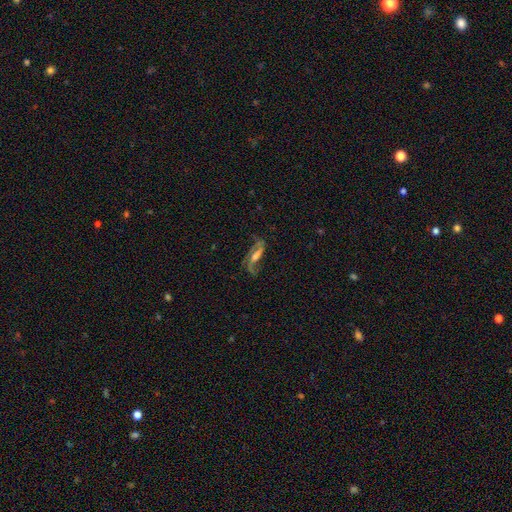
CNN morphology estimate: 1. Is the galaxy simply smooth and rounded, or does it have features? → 78% featured or disk, 14% smooth, 9% star or artifact.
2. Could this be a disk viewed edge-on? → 84% no, 16% yes.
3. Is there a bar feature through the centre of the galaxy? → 39% strong, 38% weak, 23% no.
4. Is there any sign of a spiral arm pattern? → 92% yes, 8% no.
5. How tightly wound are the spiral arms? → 59% loose, 31% medium, 10% tight.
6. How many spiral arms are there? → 85% 2, 6% can't tell, 5% 1, 2% 3, 1% 4, 1% more than 4.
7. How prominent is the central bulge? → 44% moderate, 32% small, 12% none, 10% large, 2% dominant.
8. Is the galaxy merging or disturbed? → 58% none, 20% major disturbance, 19% minor disturbance, 3% merger.